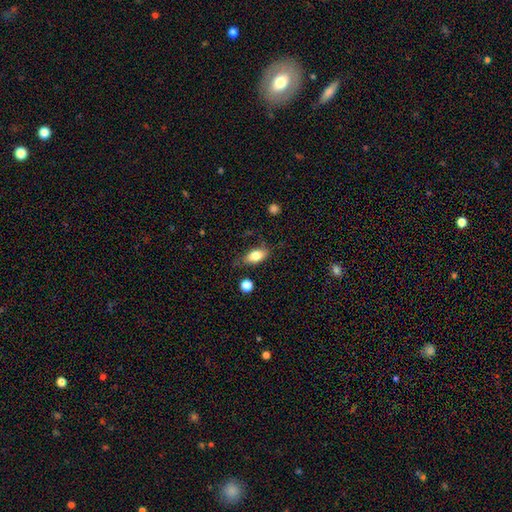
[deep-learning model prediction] Morphology: type=smooth (80%); roundness=in between (87%); merging=none (67%).